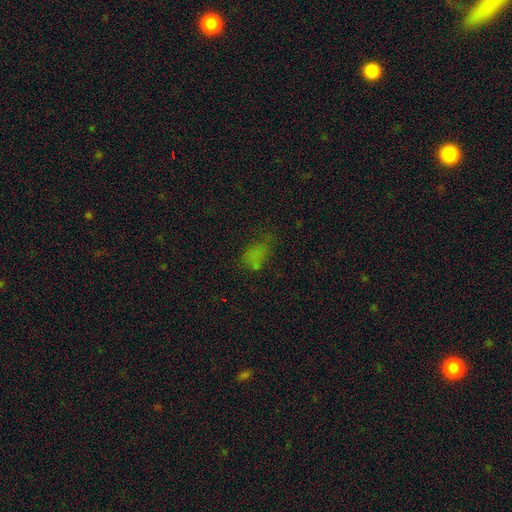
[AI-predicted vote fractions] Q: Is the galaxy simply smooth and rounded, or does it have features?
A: smooth — 58%.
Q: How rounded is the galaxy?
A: in between — 81%.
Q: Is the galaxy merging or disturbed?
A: none — 41%.